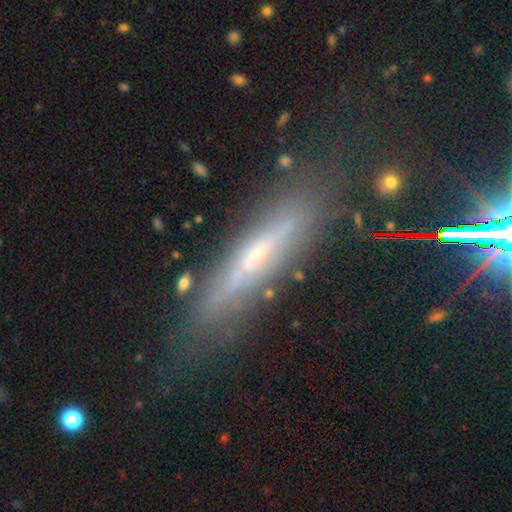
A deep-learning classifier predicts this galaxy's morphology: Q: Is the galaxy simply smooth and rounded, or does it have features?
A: featured or disk — 63%.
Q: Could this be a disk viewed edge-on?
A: yes — 81%.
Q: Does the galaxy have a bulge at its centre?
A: none — 48%.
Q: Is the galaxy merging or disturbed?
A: none — 75%.